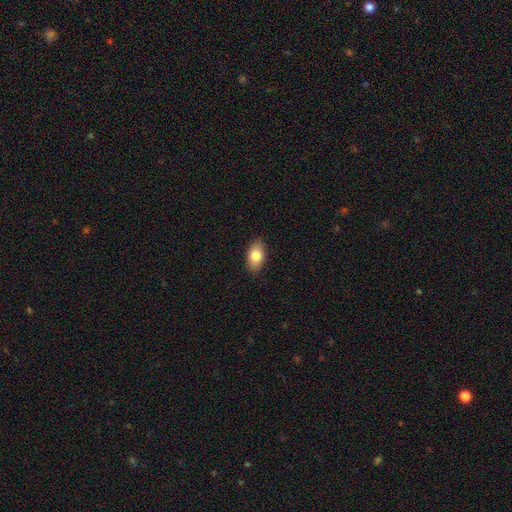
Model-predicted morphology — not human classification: type=smooth (81%); roundness=in between (92%); merging=none (88%).